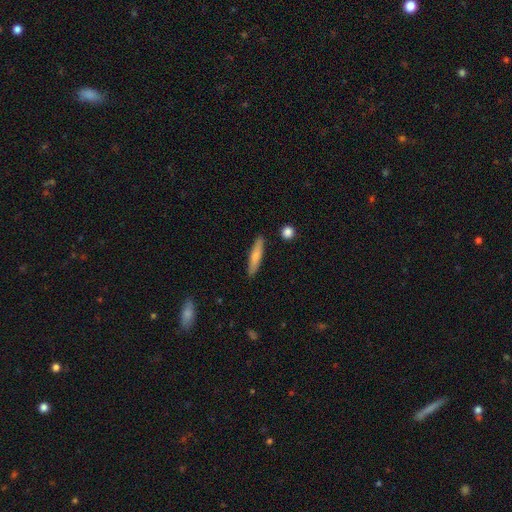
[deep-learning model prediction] Smooth or featured: smooth — 70% (featured or disk — 24%)
How rounded: cigar-shaped — 85% (in between — 14%)
Merging: none — 86% (minor disturbance — 10%)